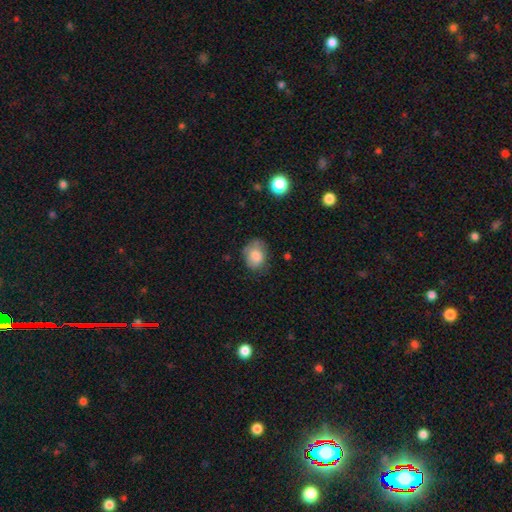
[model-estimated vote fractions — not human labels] Smooth or featured? Predicted: smooth (p=0.78). How rounded? Predicted: in between (p=0.59). Merging? Predicted: none (p=0.61).